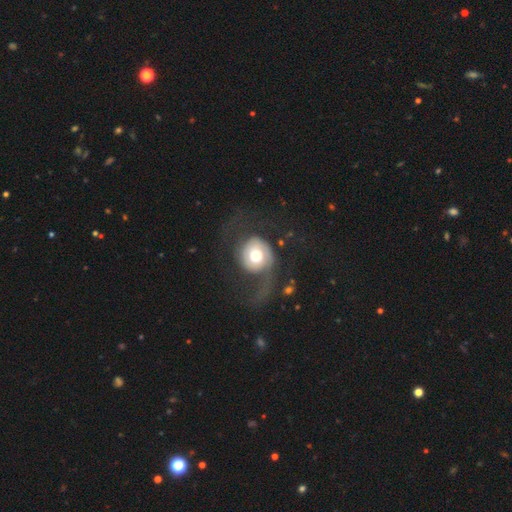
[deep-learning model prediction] Smooth or featured? featured or disk (61%)
Edge-on disk? no (97%)
Bar? no (78%)
Spiral arms? yes (80%)
Bulge size? moderate (61%)
Merging? major disturbance (44%)